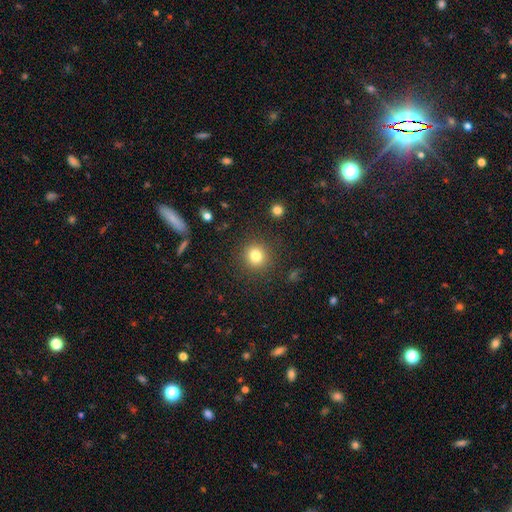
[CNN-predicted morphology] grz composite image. It shows a smooth galaxy with no disk features (81%) that is round (91%). Merging: none (89%).